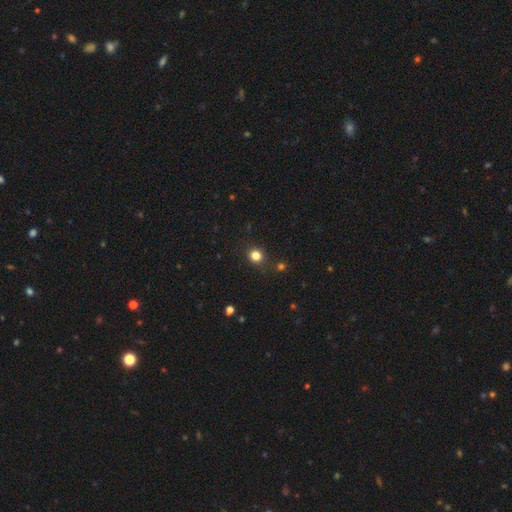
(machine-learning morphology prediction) Q: Smooth or featured?
A: smooth (81%); runner-up: star or artifact (15%)
Q: How rounded?
A: round (89%); runner-up: in between (11%)
Q: Merging?
A: none (87%); runner-up: minor disturbance (8%)